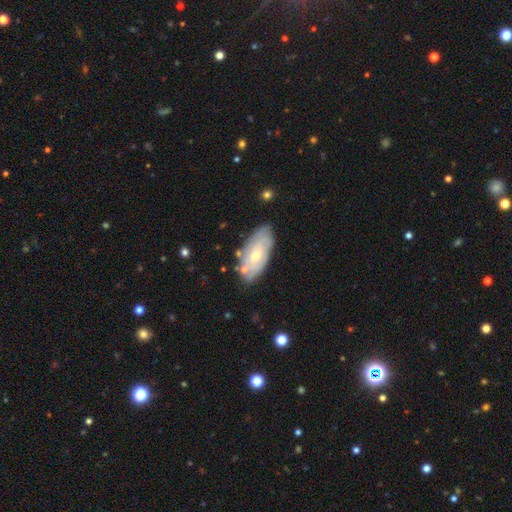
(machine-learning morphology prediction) This appears to be a featured or disk galaxy (57%) with no bar (75%), spiral arms (65%) and a small central bulge (53%). Merging: none (76%).